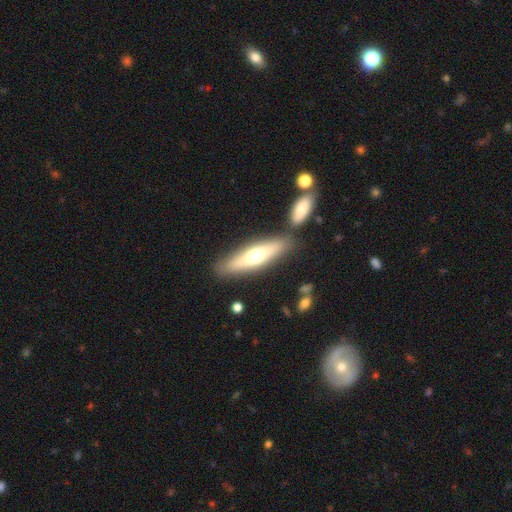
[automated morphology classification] This appears to be a smooth galaxy with no disk features (52%) that is cigar-shaped (66%). Merging: none (78%).